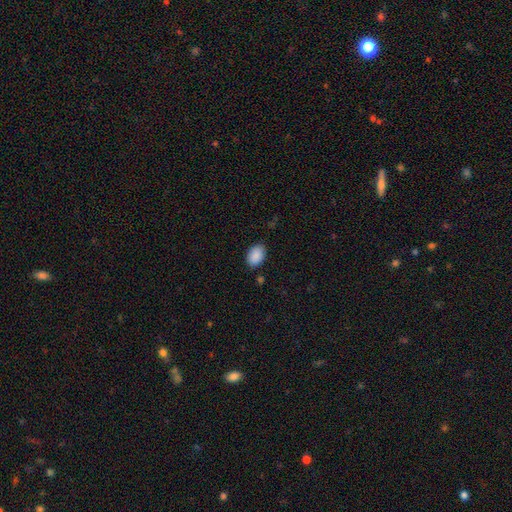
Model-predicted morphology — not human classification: smooth_or_featured: smooth (p=0.90) [alt: star or artifact p=0.07]
how_rounded: in between (p=0.87) [alt: round p=0.12]
merging: none (p=0.84) [alt: minor disturbance p=0.12]